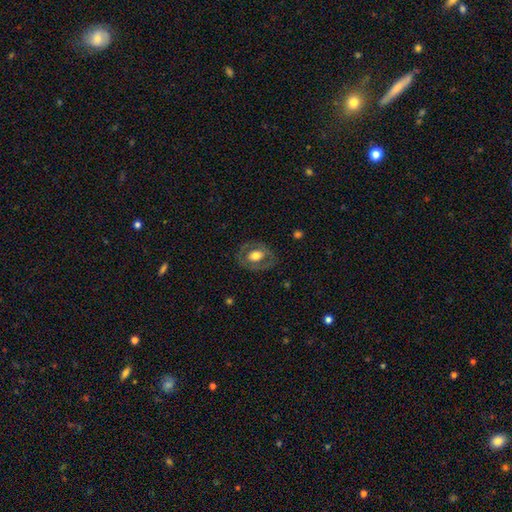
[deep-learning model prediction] A featured or disk galaxy (49%). Merging: none (77%).